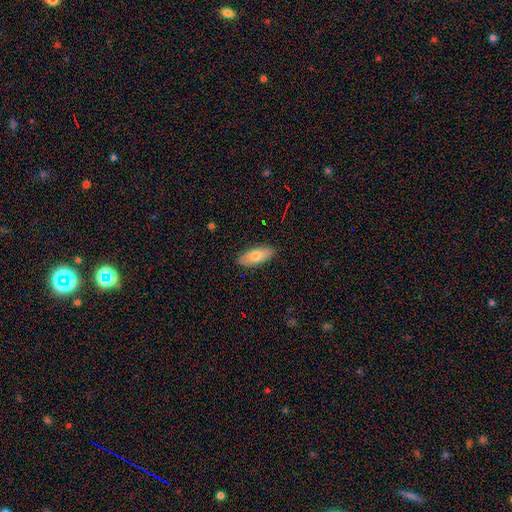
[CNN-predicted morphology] Smooth or featured? Predicted: smooth (p=0.78). How rounded? Predicted: in between (p=0.85). Merging? Predicted: none (p=0.88).